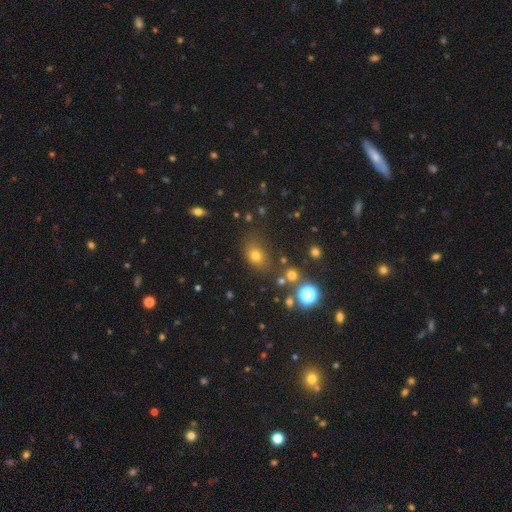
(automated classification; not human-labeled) A smooth galaxy with no disk features (69%) that is in between round and cigar-shaped (60%).

Vote fractions:
- Smooth or featured? smooth: 69% / star or artifact: 21% / featured or disk: 10%
- How rounded? in between: 60% / round: 38% / cigar-shaped: 2%
- Merging? none: 73% / minor disturbance: 16% / major disturbance: 6% / merger: 5%